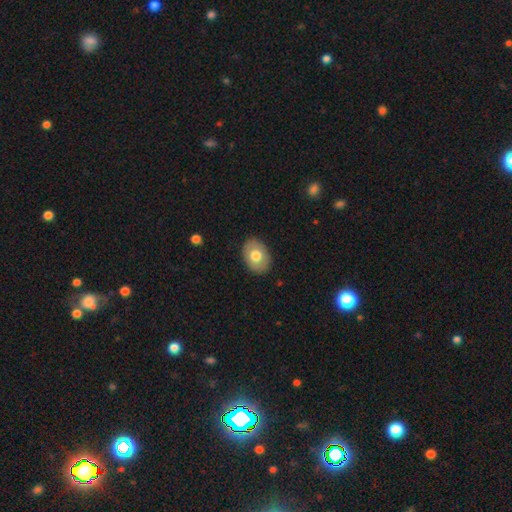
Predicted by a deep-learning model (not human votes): Morphology: type=smooth (67%); roundness=in between (76%); merging=none (86%).